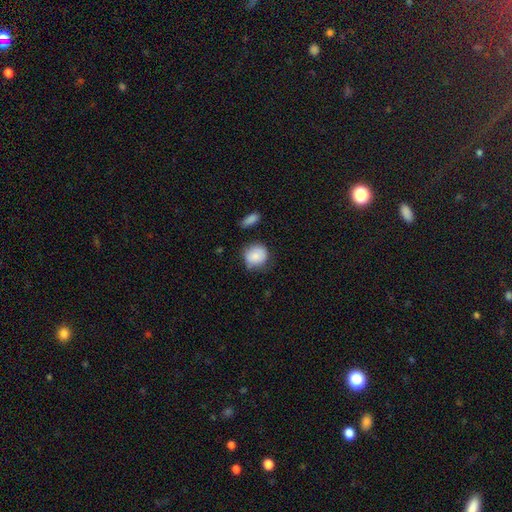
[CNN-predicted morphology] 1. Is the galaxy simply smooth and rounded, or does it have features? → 84% smooth, 9% featured or disk, 7% star or artifact.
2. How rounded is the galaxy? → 81% round, 18% in between, 1% cigar-shaped.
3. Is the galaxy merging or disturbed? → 66% none, 24% minor disturbance, 6% major disturbance, 4% merger.